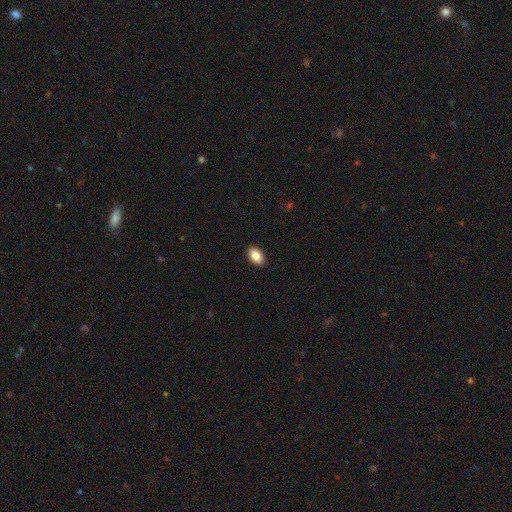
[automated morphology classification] This is clearly a smooth galaxy (87%). How rounded: clearly in between (88%). Merging: clearly none (90%).